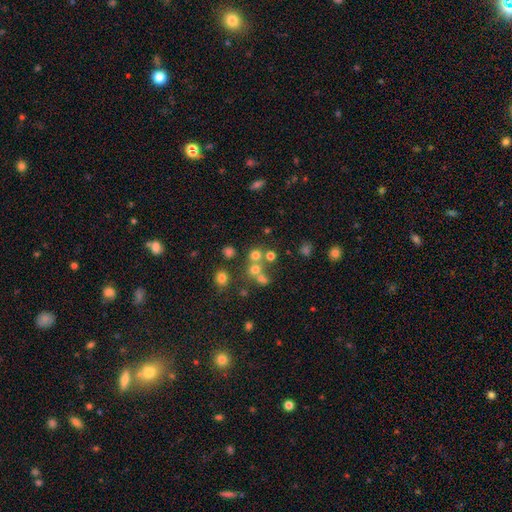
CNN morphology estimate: smooth_or_featured: smooth (p=0.63) [alt: star or artifact p=0.23]
how_rounded: round (p=0.87) [alt: in between p=0.12]
merging: none (p=0.55) [alt: merger p=0.33]